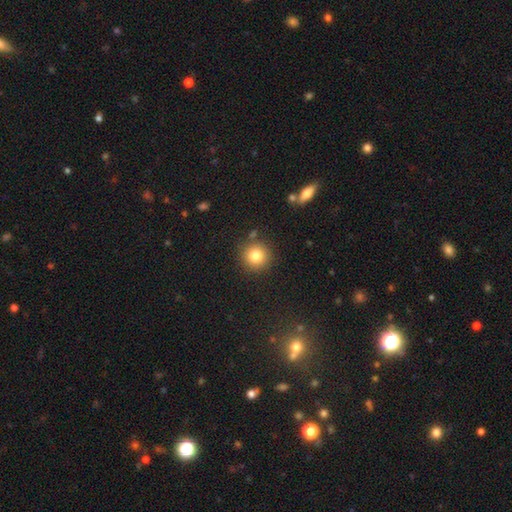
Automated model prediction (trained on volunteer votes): A smooth galaxy with no disk features (81%) that is round (94%). Merging: none (86%).